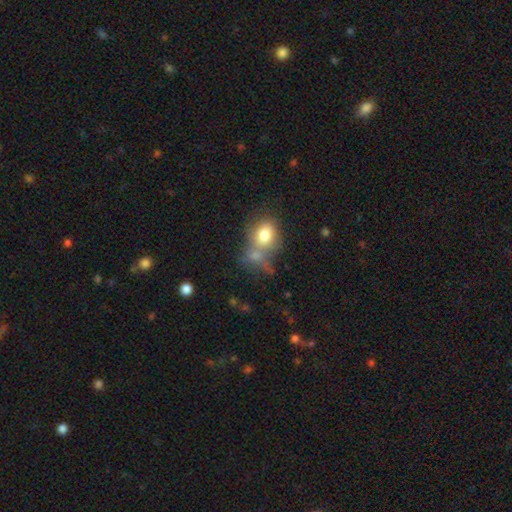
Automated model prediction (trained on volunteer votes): Smooth or featured: smooth — 75% (featured or disk — 13%)
How rounded: in between — 60% (round — 38%)
Merging: merger — 40% (none — 38%)